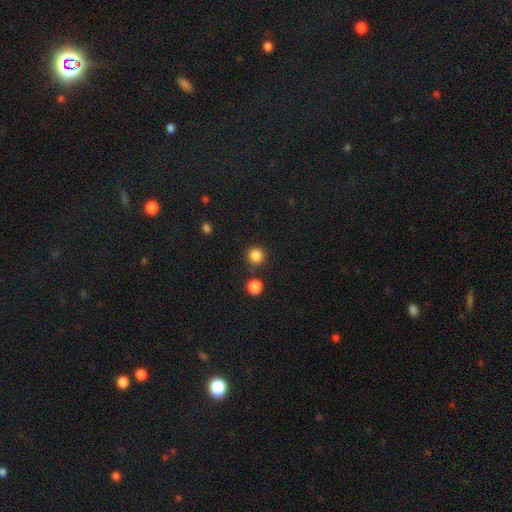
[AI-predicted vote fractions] Smooth or featured? Predicted: smooth (p=0.85). How rounded? Predicted: round (p=0.94). Merging? Predicted: none (p=0.84).